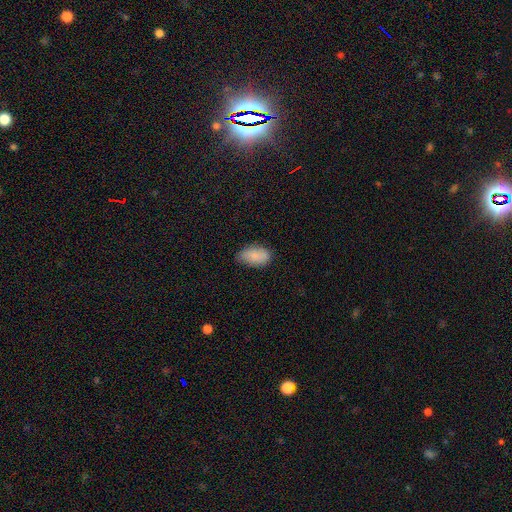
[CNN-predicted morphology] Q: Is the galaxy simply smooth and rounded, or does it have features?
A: smooth — 85%.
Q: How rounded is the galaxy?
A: in between — 94%.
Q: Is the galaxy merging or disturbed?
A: none — 69%.